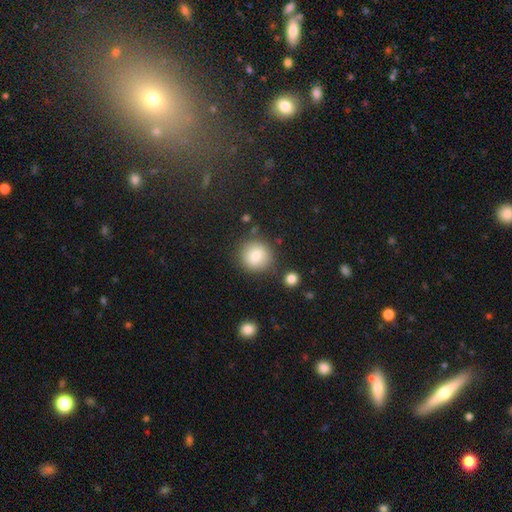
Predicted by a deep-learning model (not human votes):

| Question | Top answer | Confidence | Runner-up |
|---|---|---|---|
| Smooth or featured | smooth | 82% | star or artifact (10%) |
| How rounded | round | 90% | in between (9%) |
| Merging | none | 82% | minor disturbance (10%) |